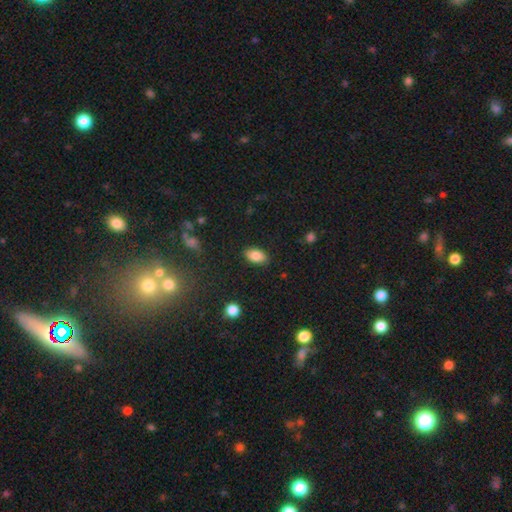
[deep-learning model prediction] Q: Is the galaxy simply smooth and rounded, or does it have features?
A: smooth — 84%.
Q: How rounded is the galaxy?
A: in between — 92%.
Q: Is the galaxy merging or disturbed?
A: none — 87%.